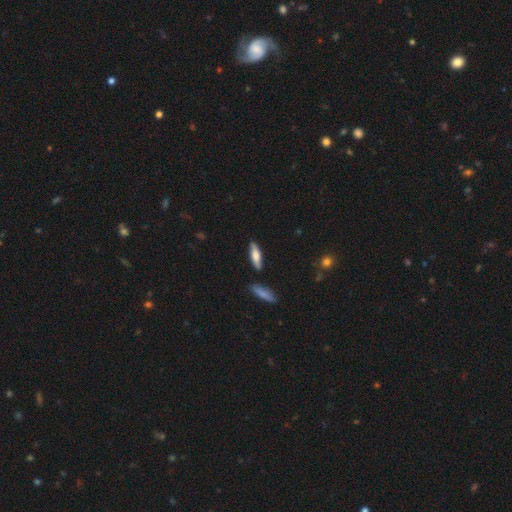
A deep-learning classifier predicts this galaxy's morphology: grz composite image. It shows a smooth galaxy with no disk features (69%) that is cigar-shaped (61%). Merging: none (83%).